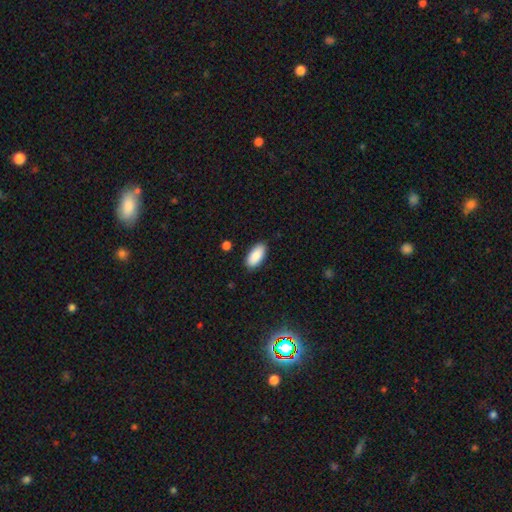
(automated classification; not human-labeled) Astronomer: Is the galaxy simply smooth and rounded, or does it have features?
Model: smooth — 89%.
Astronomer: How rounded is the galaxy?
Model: in between — 91%.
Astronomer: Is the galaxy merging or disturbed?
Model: none — 87%.